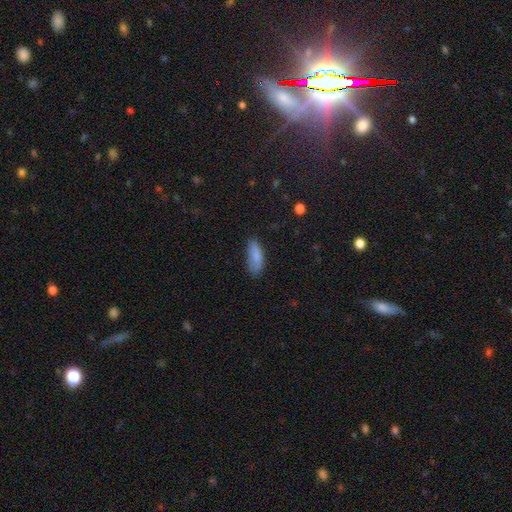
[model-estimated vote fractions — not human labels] Smooth or featured? smooth (85%)
How rounded? in between (75%)
Merging? none (71%)